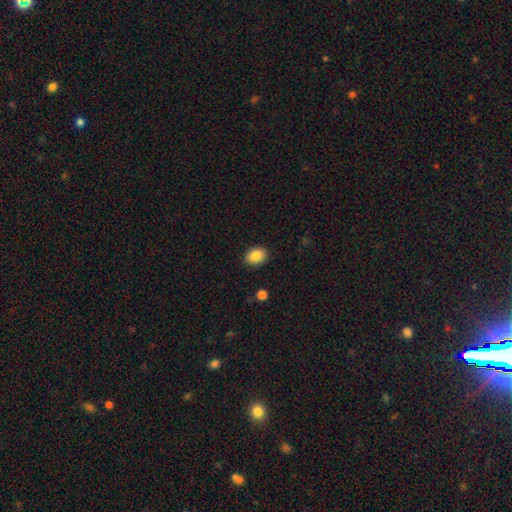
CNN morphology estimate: This is clearly a smooth galaxy (87%). How rounded: likely in between (74%). Merging: clearly none (88%).